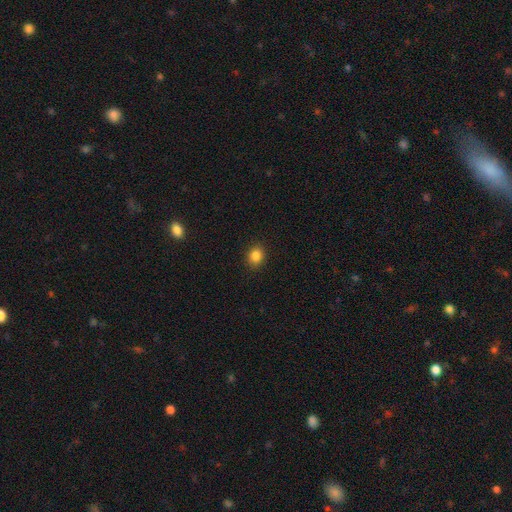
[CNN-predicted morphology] smooth_or_featured: smooth (p=0.85) [alt: star or artifact p=0.11]
how_rounded: round (p=0.61) [alt: in between p=0.38]
merging: none (p=0.90) [alt: minor disturbance p=0.07]